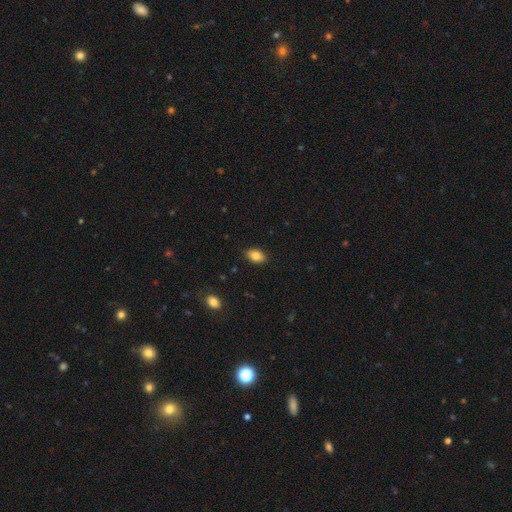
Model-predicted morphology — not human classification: Smooth or featured? smooth (86%)
How rounded? in between (89%)
Merging? none (87%)